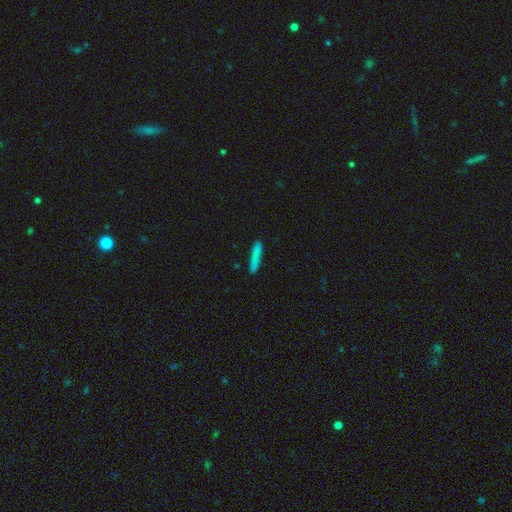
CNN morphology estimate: Smooth or featured? smooth (83%)
How rounded? cigar-shaped (91%)
Merging? none (86%)